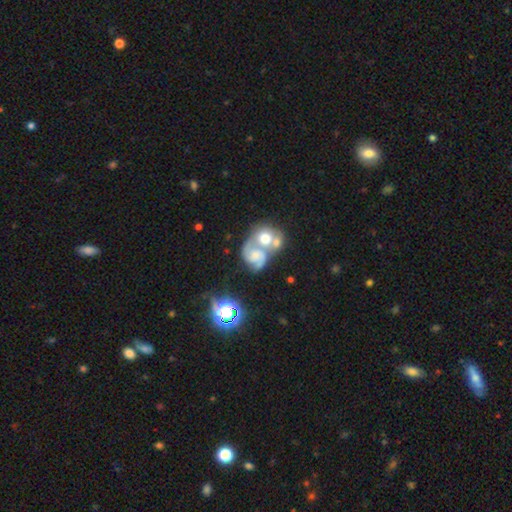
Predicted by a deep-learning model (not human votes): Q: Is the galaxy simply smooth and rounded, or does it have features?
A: featured or disk — 72%.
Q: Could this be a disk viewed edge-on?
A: no — 98%.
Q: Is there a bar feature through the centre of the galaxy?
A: no — 66%.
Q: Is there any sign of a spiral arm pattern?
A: yes — 90%.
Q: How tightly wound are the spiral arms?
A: medium — 53%.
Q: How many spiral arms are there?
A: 2 — 80%.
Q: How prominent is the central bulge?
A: moderate — 43%.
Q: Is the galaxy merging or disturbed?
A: merger — 64%.